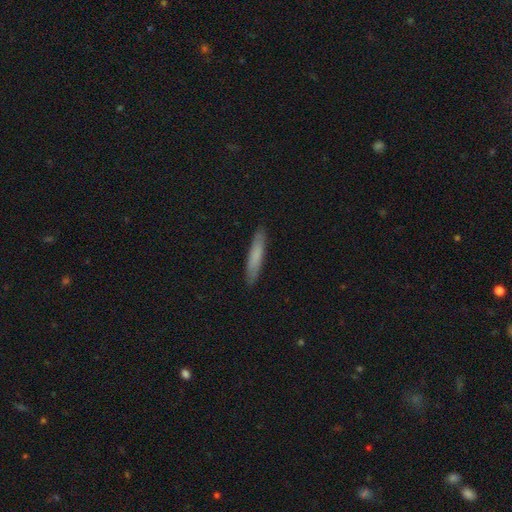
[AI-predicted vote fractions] This appears to be a smooth galaxy with no disk features (75%) that is cigar-shaped (89%). Merging: none (89%).